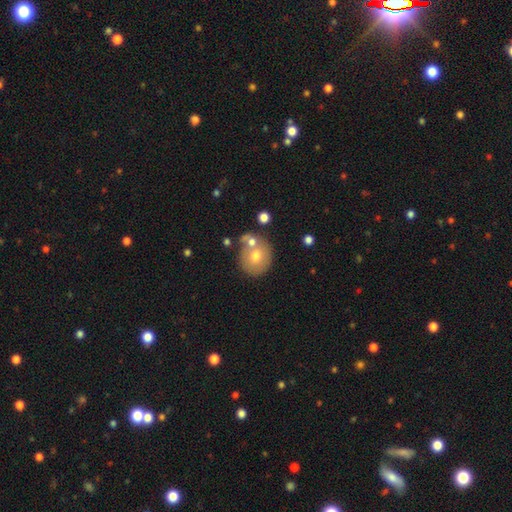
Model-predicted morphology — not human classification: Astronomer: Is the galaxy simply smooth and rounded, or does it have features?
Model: smooth — 67%.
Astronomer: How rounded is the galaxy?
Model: round — 80%.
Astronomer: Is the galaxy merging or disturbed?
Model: none — 55%.